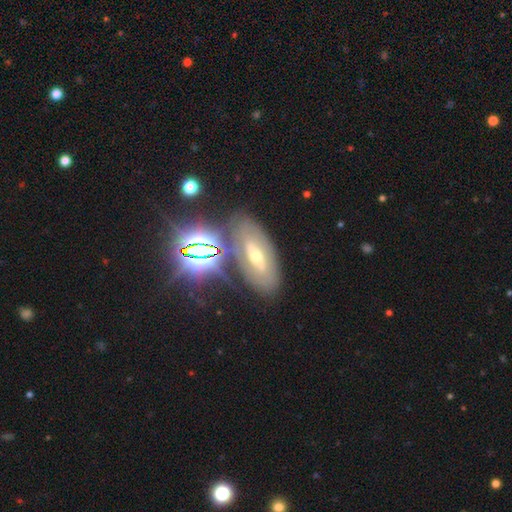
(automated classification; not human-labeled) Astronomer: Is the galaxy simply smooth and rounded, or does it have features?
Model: featured or disk — 47% (runner-up: star or artifact, 34%).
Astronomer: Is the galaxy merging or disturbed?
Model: none — 72%.